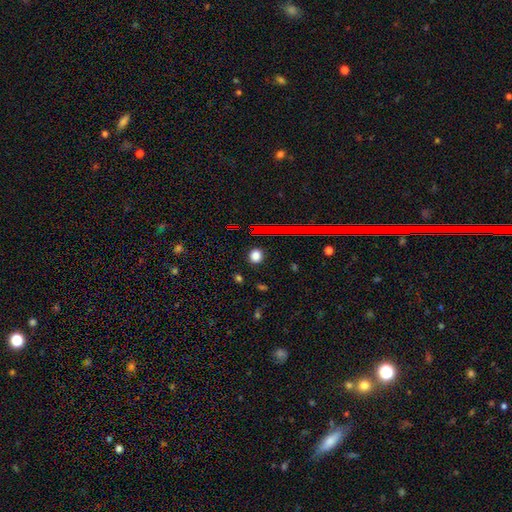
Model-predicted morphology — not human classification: A smooth galaxy with no disk features (77%) that is round (75%).

Vote fractions:
- Smooth or featured? smooth: 77% / star or artifact: 17% / featured or disk: 6%
- How rounded? round: 75% / in between: 23% / cigar-shaped: 2%
- Merging? none: 89% / minor disturbance: 7% / major disturbance: 2% / merger: 2%